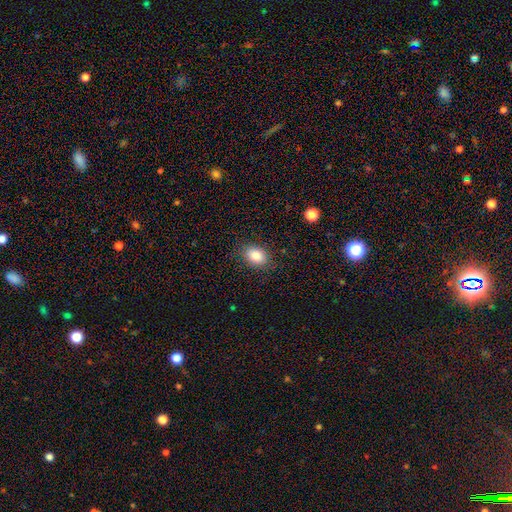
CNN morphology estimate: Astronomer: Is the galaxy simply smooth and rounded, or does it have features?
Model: smooth — 85%.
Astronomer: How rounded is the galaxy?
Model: in between — 74%.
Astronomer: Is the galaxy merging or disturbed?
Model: none — 85%.